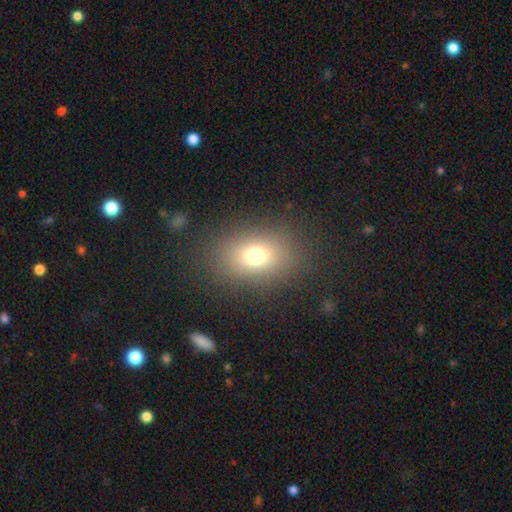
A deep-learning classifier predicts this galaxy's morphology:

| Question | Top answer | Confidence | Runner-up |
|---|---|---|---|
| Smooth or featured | smooth | 72% | star or artifact (17%) |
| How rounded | in between | 67% | round (32%) |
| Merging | none | 84% | minor disturbance (9%) |